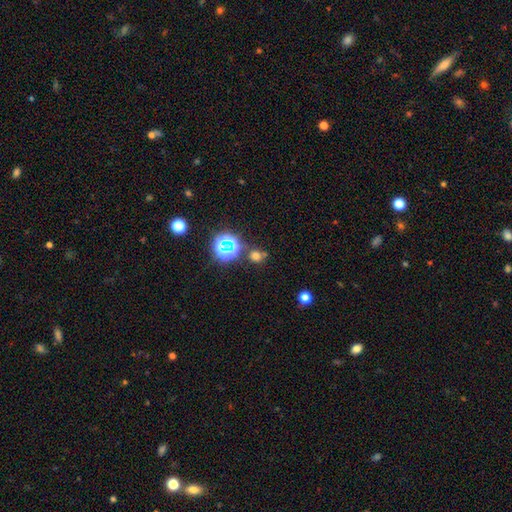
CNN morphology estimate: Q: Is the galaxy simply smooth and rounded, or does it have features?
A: smooth — 60%.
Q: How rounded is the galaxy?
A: round — 80%.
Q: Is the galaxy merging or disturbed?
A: none — 70%.